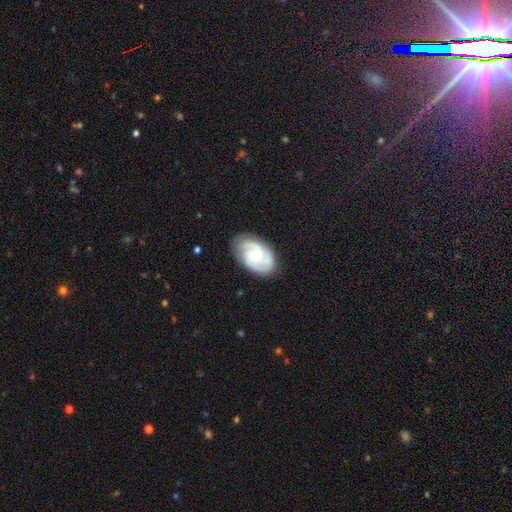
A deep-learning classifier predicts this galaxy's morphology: Smooth or featured? featured or disk (77%)
Edge-on disk? no (97%)
Bar? no (66%)
Spiral arms? yes (94%)
Spiral winding? tight (52%)
Spiral arm count? 2 (40%)
Bulge size? moderate (57%)
Merging? none (77%)